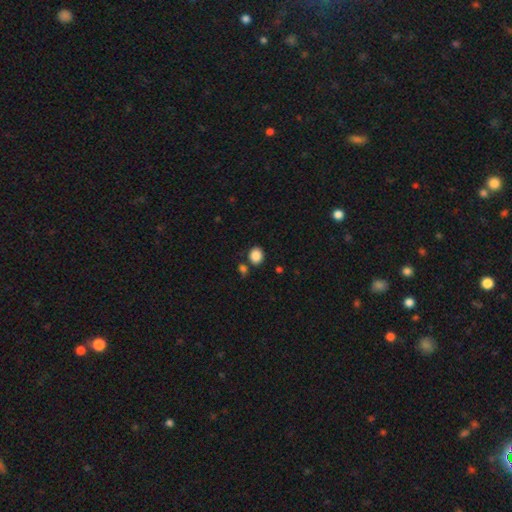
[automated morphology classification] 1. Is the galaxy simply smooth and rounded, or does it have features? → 87% smooth, 9% star or artifact, 4% featured or disk.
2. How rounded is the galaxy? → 64% round, 35% in between, 1% cigar-shaped.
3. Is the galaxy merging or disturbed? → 77% none, 10% minor disturbance, 10% merger, 3% major disturbance.